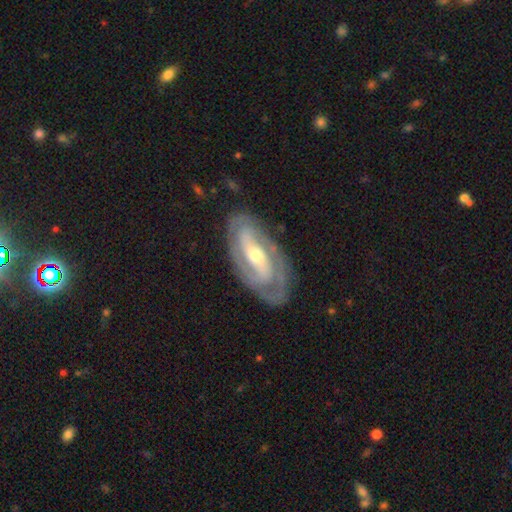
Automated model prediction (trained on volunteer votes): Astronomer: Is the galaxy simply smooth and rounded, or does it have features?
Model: featured or disk — 86%.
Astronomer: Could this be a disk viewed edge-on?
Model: no — 93%.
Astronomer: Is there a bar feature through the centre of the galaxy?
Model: strong — 41% (runner-up: weak, 31%).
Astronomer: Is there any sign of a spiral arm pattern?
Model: yes — 91%.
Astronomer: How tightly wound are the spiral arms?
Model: tight — 60%.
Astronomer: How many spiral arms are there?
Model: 2 — 72%.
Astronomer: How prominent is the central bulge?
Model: moderate — 59% (runner-up: small, 35%).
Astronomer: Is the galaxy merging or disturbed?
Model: none — 81%.